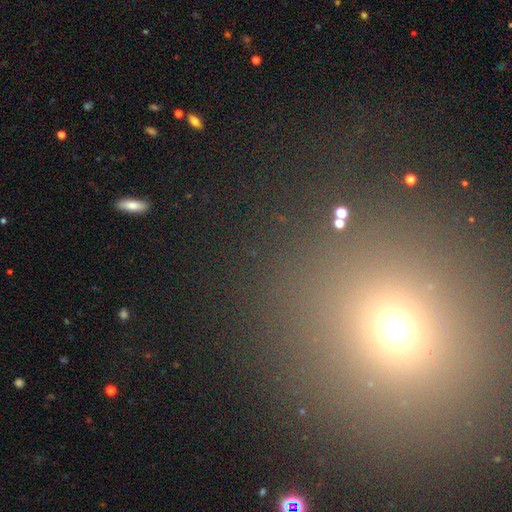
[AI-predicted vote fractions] Smooth or featured? star or artifact (53%)